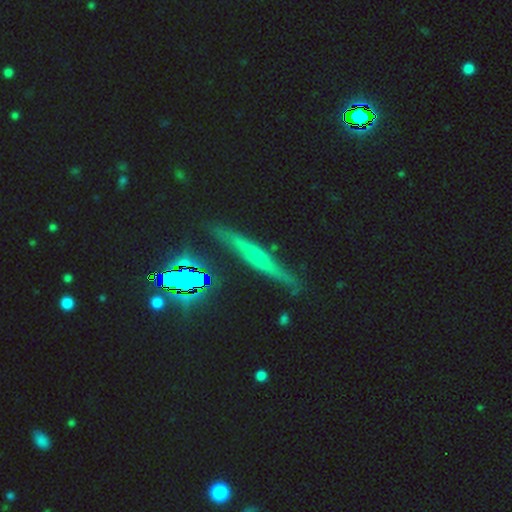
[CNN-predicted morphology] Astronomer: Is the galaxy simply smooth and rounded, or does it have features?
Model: featured or disk — 44% (runner-up: smooth, 33%).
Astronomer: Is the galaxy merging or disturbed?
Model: none — 80%.